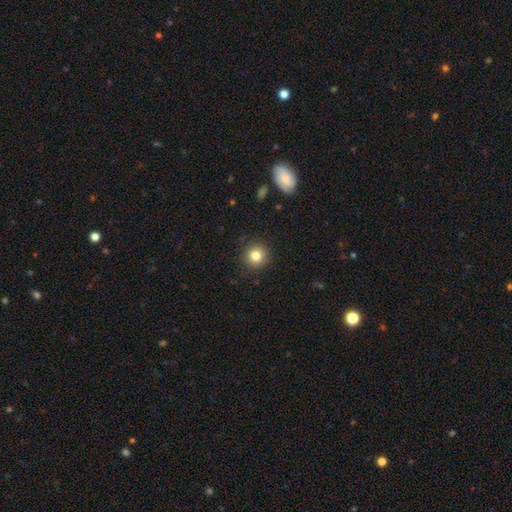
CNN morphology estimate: Smooth or featured? Predicted: smooth (p=0.82). How rounded? Predicted: round (p=0.94). Merging? Predicted: none (p=0.91).